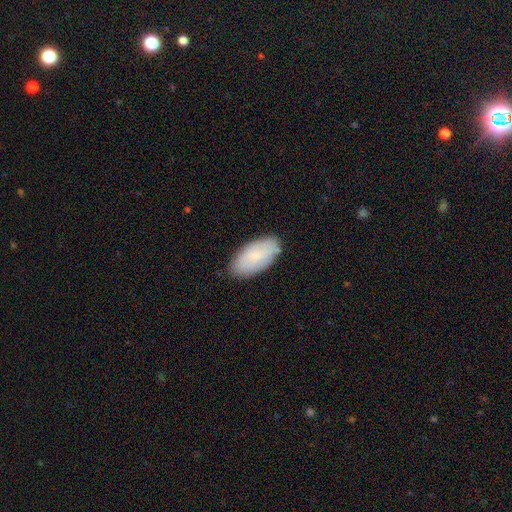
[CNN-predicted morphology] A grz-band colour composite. It shows a smooth galaxy with no disk features (79%) that is in between round and cigar-shaped (95%). Merging: none (83%).